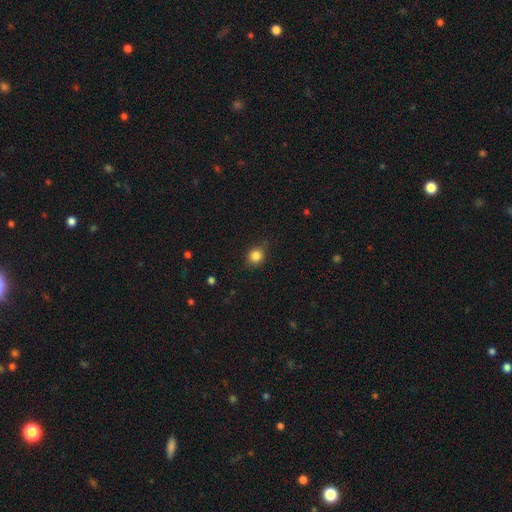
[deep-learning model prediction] Q: Smooth or featured?
A: smooth (84%); runner-up: star or artifact (11%)
Q: How rounded?
A: round (80%); runner-up: in between (19%)
Q: Merging?
A: none (83%); runner-up: minor disturbance (13%)